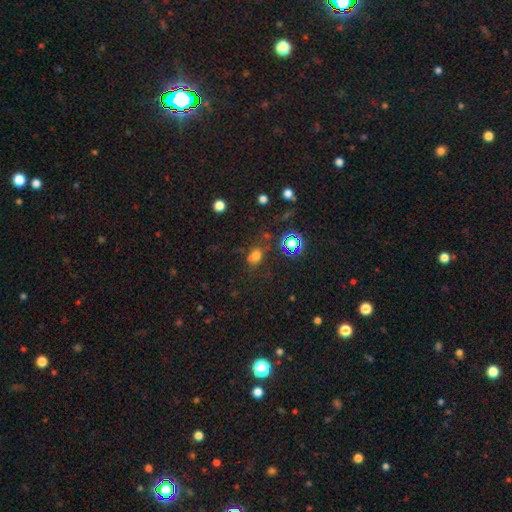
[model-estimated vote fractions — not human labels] This appears to be a smooth galaxy with no disk features (57%) that is round (53%). Merging: none (56%).